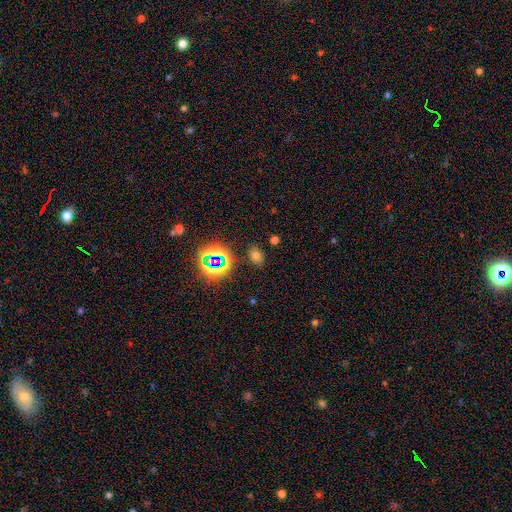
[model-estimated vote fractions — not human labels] smooth 61%, star or artifact 31%, featured or disk 9%. Down the decision tree: how rounded — in between (71%); merging — none (81%).